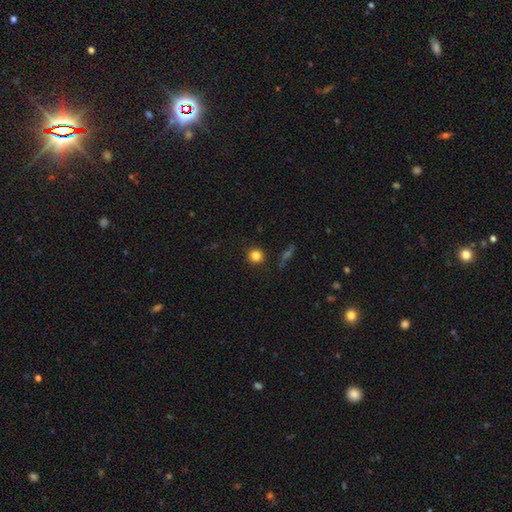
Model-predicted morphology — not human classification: Smooth or featured? Predicted: smooth (p=0.83). How rounded? Predicted: round (p=0.93). Merging? Predicted: none (p=0.90).